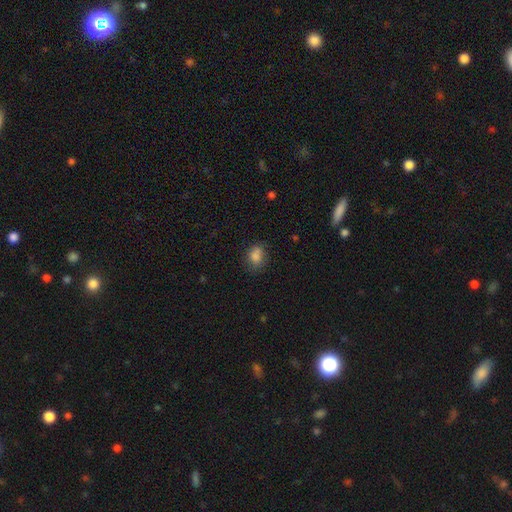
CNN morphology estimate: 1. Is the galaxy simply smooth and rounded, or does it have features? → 82% smooth, 10% star or artifact, 7% featured or disk.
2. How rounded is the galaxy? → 61% in between, 37% round, 1% cigar-shaped.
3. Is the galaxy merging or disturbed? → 67% none, 24% minor disturbance, 7% major disturbance, 3% merger.